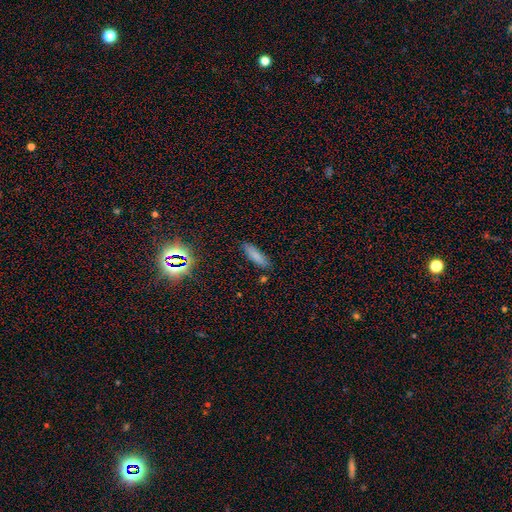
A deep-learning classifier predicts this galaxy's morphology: Smooth or featured? Predicted: smooth (p=0.78). How rounded? Predicted: cigar-shaped (p=0.59). Merging? Predicted: none (p=0.84).